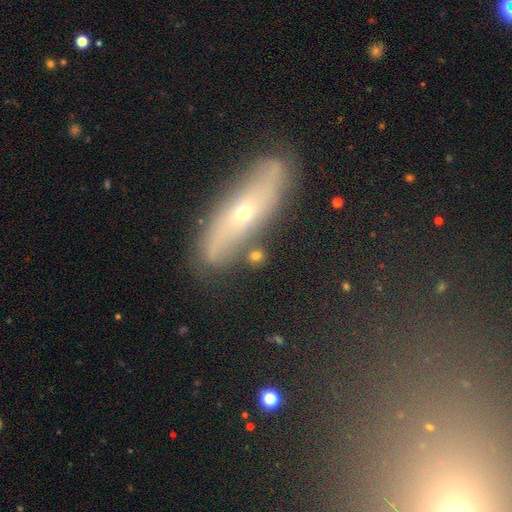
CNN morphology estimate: smooth-or-featured: smooth: 65% | featured or disk: 20% | star or artifact: 15%
  how-rounded: round: 50% | in between: 34% | cigar-shaped: 15%
  merging: none: 72% | merger: 12% | minor disturbance: 11% | major disturbance: 6%